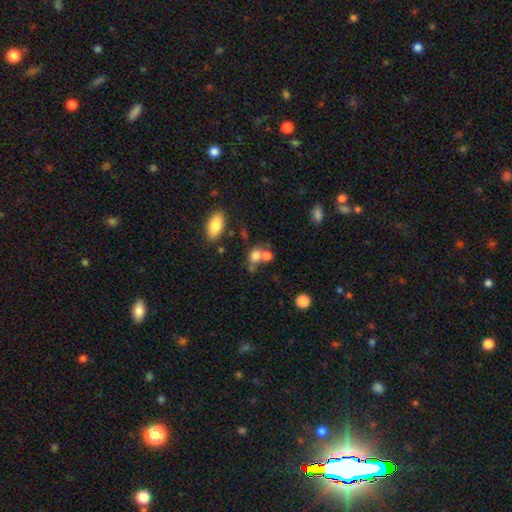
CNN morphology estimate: Q: Smooth or featured?
A: smooth (74%); runner-up: featured or disk (14%)
Q: How rounded?
A: round (57%); runner-up: in between (41%)
Q: Merging?
A: merger (45%); runner-up: none (38%)